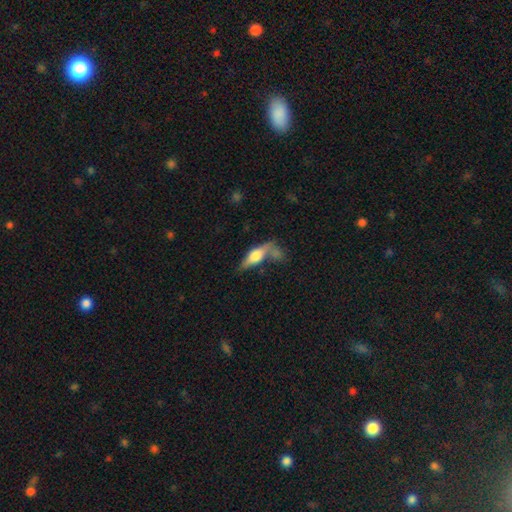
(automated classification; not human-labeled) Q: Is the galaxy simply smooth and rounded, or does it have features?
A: smooth — 46%, tied with featured or disk.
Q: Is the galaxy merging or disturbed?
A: none — 45%.